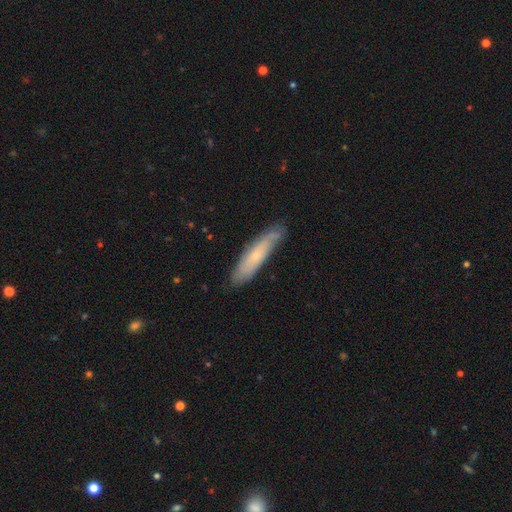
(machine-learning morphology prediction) This is possibly a smooth galaxy (47%). Merging: likely none (75%).